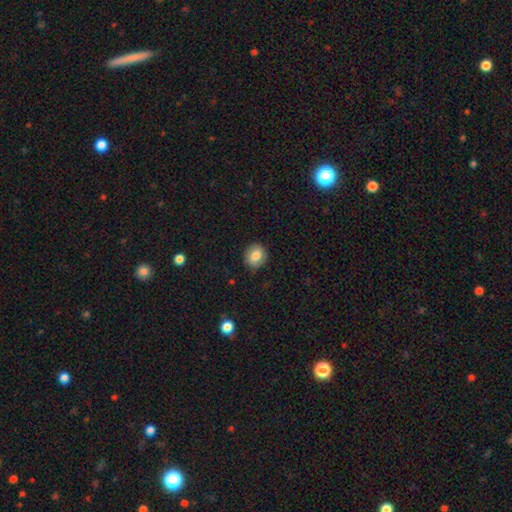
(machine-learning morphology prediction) Q: Smooth or featured?
A: smooth (78%); runner-up: featured or disk (13%)
Q: How rounded?
A: round (69%); runner-up: in between (30%)
Q: Merging?
A: none (82%); runner-up: minor disturbance (14%)